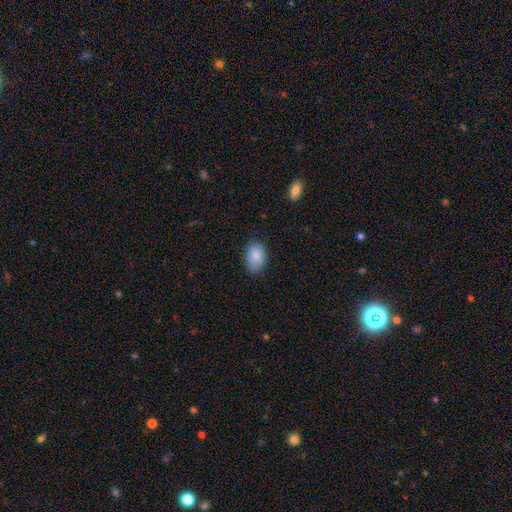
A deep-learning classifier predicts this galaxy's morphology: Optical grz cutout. It shows a smooth galaxy with no disk features (86%) that is in between round and cigar-shaped (86%). Merging: none (74%).